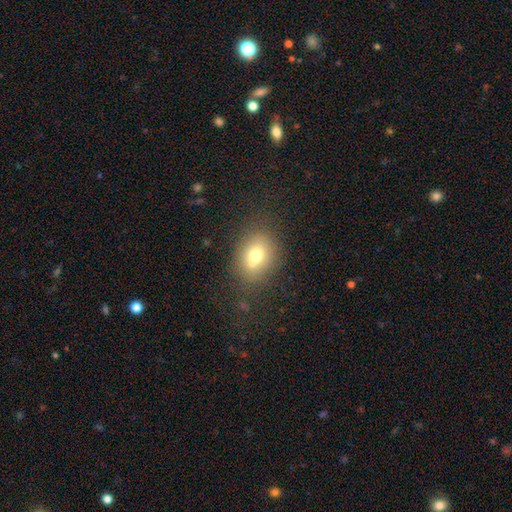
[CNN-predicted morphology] This appears to be a smooth galaxy with no disk features (69%) that is in between round and cigar-shaped (56%). Merging: none (59%).